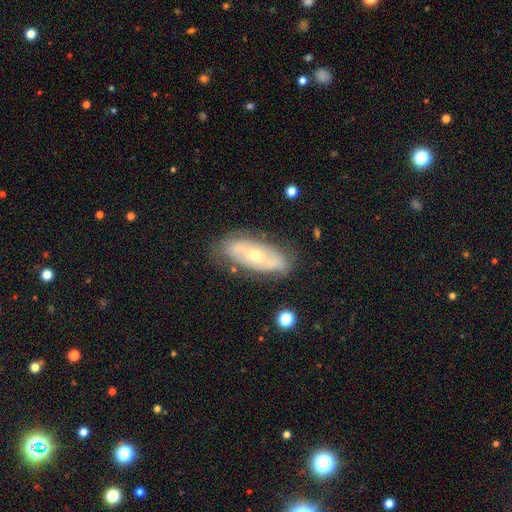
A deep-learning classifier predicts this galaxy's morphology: This is likely a featured or disk galaxy (61%). It is clearly not viewed edge-on (84%). Bar: clearly no (82%). Spiral arm pattern: likely no (60%). Central bulge: possibly moderate (51%). Merging: likely none (75%).